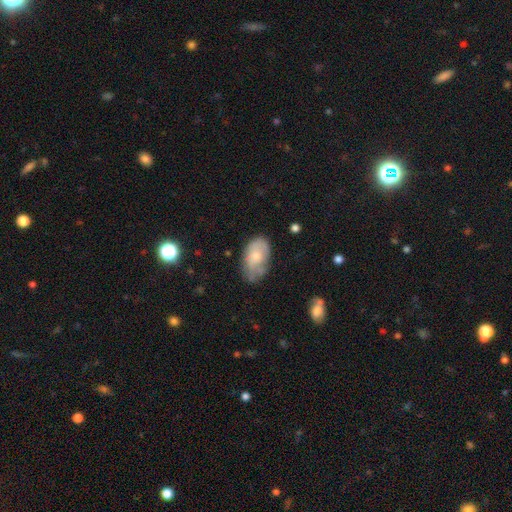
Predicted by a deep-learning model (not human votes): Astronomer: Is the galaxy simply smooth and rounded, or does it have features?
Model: smooth — 65%.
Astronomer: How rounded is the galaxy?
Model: in between — 93%.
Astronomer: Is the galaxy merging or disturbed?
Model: none — 58%.